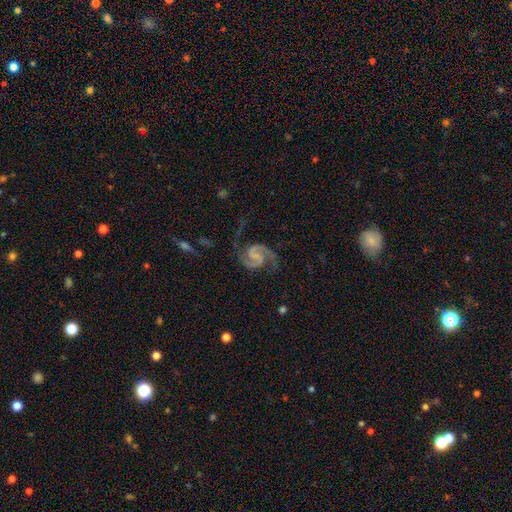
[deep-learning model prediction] This appears to be a featured or disk galaxy (92%) with a weak bar (45%), 2 (94%) medium (59%) spiral arms (98%) and no central bulge (57%). Merging: none (72%).